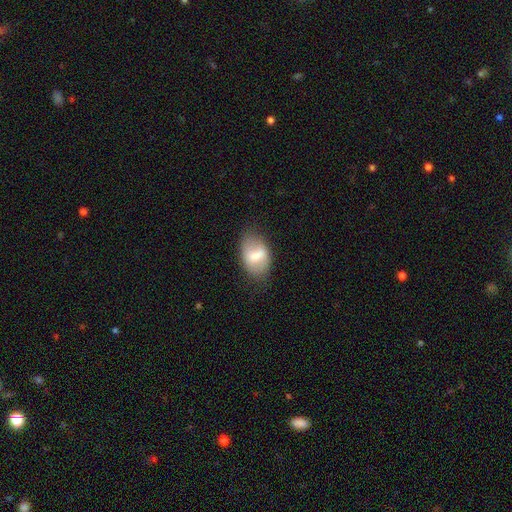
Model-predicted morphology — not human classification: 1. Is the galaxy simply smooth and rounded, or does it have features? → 58% smooth, 34% featured or disk, 7% star or artifact.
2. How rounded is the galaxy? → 85% in between, 13% round, 2% cigar-shaped.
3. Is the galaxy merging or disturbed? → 70% none, 21% minor disturbance, 7% major disturbance, 2% merger.